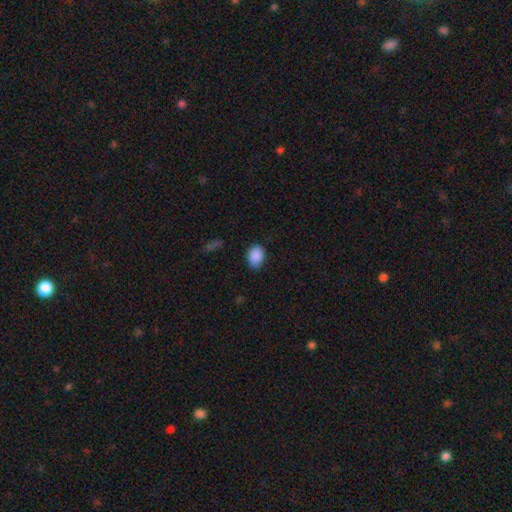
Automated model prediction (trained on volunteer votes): Overall: smooth (89%). How rounded: in between (65%; round 34%). Merging: none (76%).